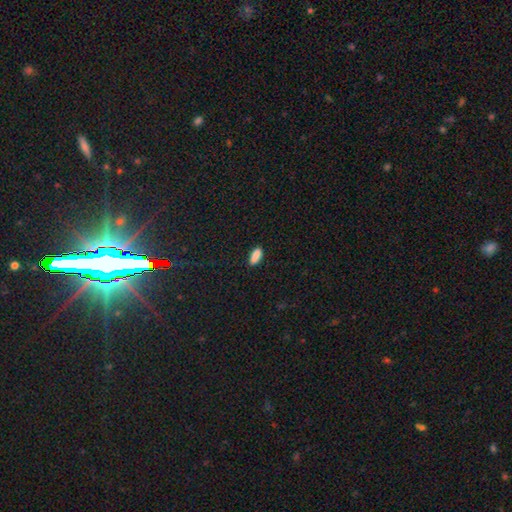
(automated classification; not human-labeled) smooth_or_featured: smooth (p=0.88) [alt: star or artifact p=0.08]
how_rounded: in between (p=0.75) [alt: cigar-shaped p=0.23]
merging: none (p=0.88) [alt: minor disturbance p=0.09]